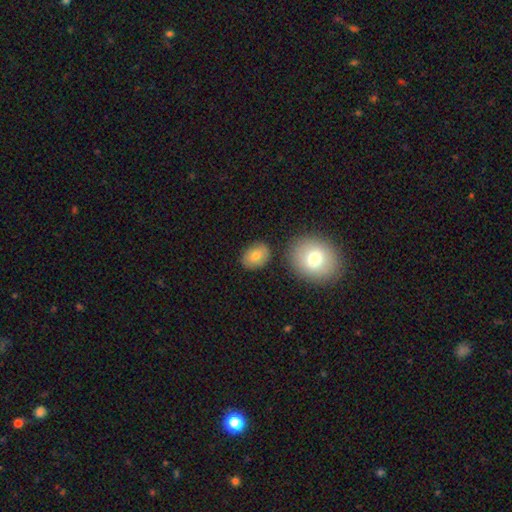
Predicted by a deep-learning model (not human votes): This appears to be a smooth galaxy with no disk features (78%) that is in between round and cigar-shaped (68%). Merging: none (79%).